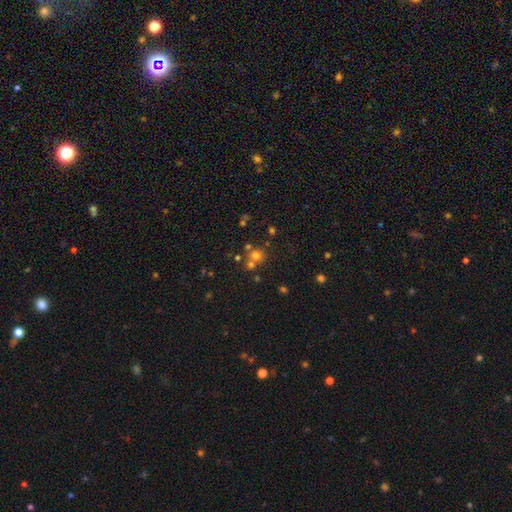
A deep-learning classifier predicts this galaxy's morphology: Overall: smooth (62%; star or artifact 25%). How rounded: round (86%). Merging: none (57%; merger 32%).